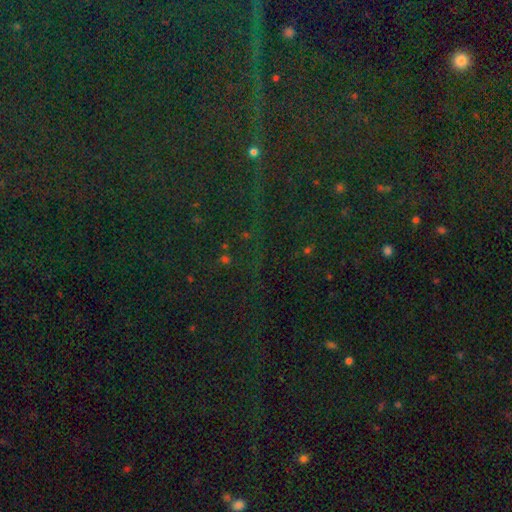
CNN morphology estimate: smooth-or-featured: star or artifact: 85% | smooth: 8% | featured or disk: 7%